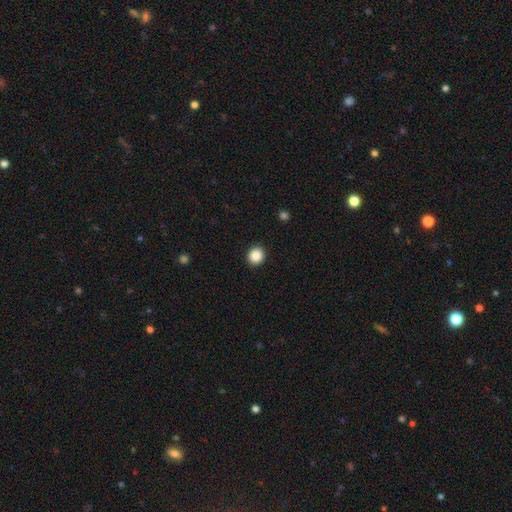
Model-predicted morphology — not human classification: smooth_or_featured: smooth (p=0.87) [alt: star or artifact p=0.09]
how_rounded: round (p=0.89) [alt: in between p=0.10]
merging: none (p=0.93) [alt: minor disturbance p=0.05]